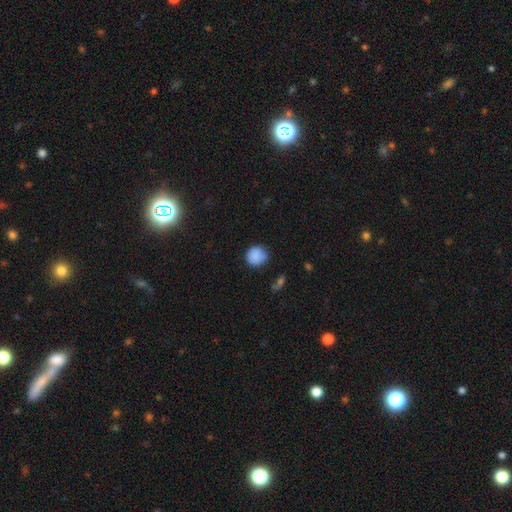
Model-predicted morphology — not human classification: A smooth galaxy with no disk features (85%) that is round (87%). Merging: none (69%).